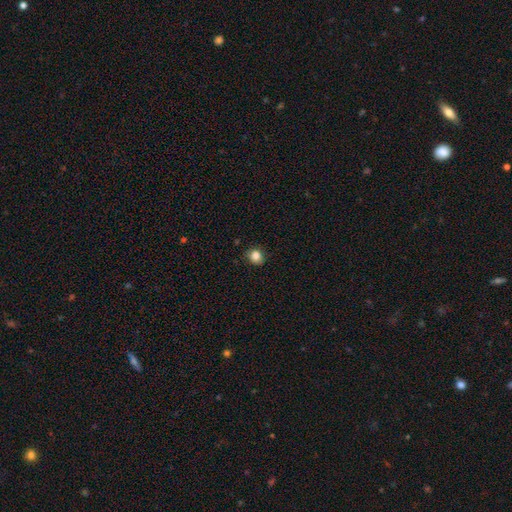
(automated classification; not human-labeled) This is clearly a smooth galaxy (84%). How rounded: likely round (79%). Merging: clearly none (83%).